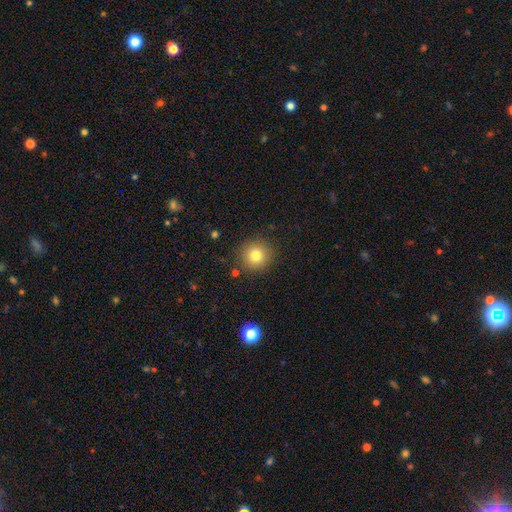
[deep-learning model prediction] smooth-or-featured: smooth: 80% | star or artifact: 12% | featured or disk: 8%
  how-rounded: round: 93% | in between: 6% | cigar-shaped: 1%
  merging: none: 89% | minor disturbance: 7% | major disturbance: 2% | merger: 2%